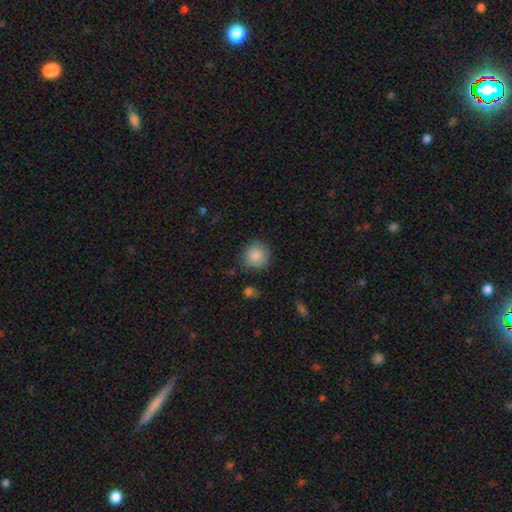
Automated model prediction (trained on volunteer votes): Q: Smooth or featured?
A: smooth (87%); runner-up: star or artifact (8%)
Q: How rounded?
A: round (91%); runner-up: in between (8%)
Q: Merging?
A: none (81%); runner-up: minor disturbance (13%)